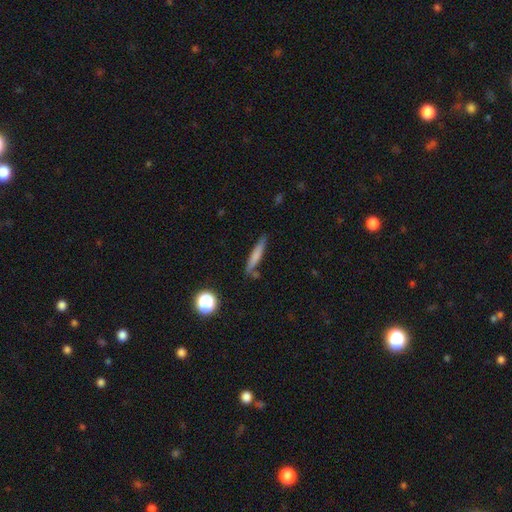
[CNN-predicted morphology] type=smooth (67%); roundness=cigar-shaped (91%); merging=none (77%).